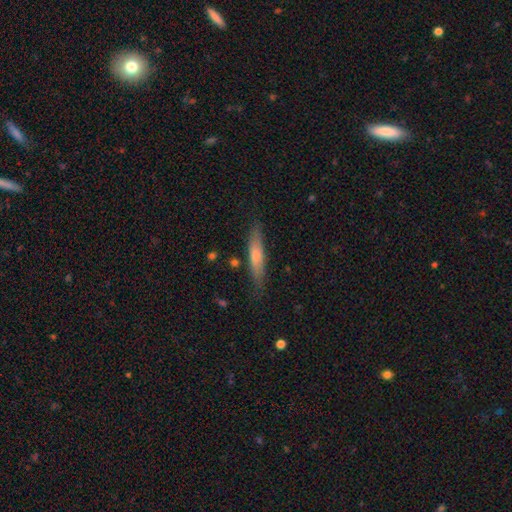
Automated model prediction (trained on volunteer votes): Smooth or featured? Predicted: smooth (p=0.60). How rounded? Predicted: cigar-shaped (p=0.89). Merging? Predicted: none (p=0.83).